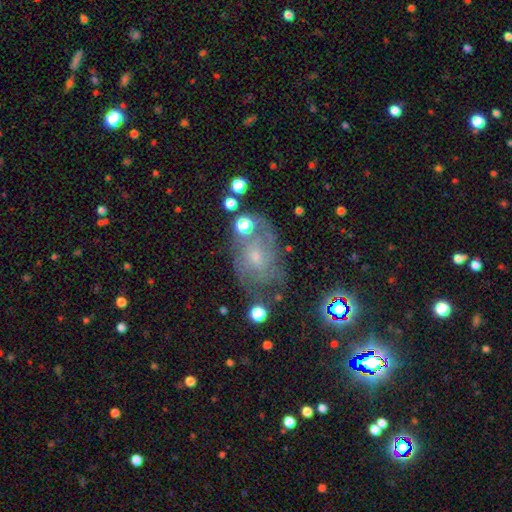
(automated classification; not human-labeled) smooth-or-featured: featured or disk: 64% | smooth: 21% | star or artifact: 16%
  disk-edge-on: no: 96% | yes: 4%
    bar: no: 61% | weak: 33% | strong: 6%
    has-spiral-arms: yes: 83% | no: 17%
      spiral-winding: tight: 47% | medium: 39% | loose: 15%
      spiral-arm-count: can't tell: 47% | 2: 24% | 3: 13% | 4: 6% | 1: 5% | more than 4: 5%
    bulge-size: small: 64% | moderate: 28% | none: 5% | large: 2% | dominant: 1%
  merging: none: 59% | minor disturbance: 22% | major disturbance: 13% | merger: 6%